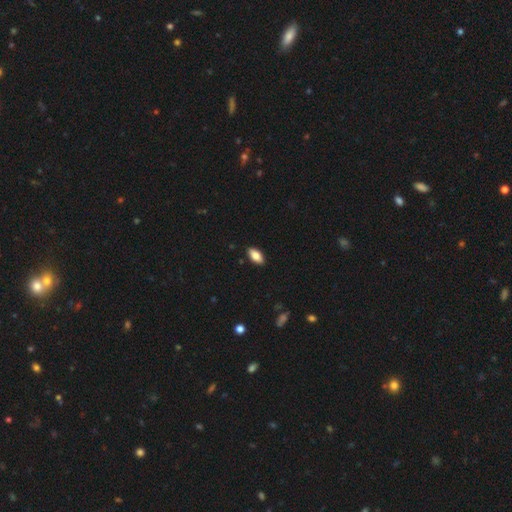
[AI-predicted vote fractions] The model was most divided on "smooth or featured": smooth: 82%, featured or disk: 11%, star or artifact: 7%. More confident: how rounded — in between (91%); merging — none (89%).